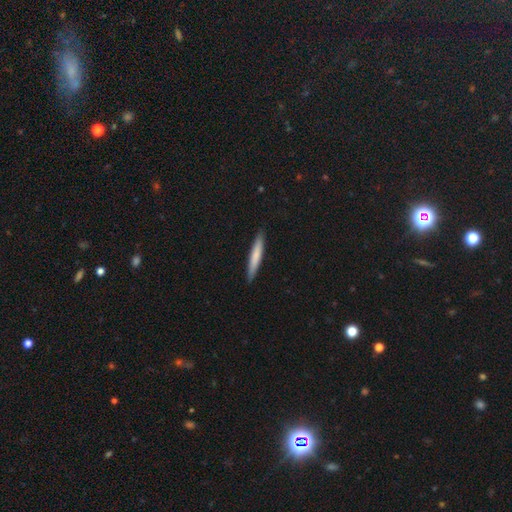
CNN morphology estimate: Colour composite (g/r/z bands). It shows a smooth galaxy with no disk features (73%) that is cigar-shaped (95%). Merging: none (90%).